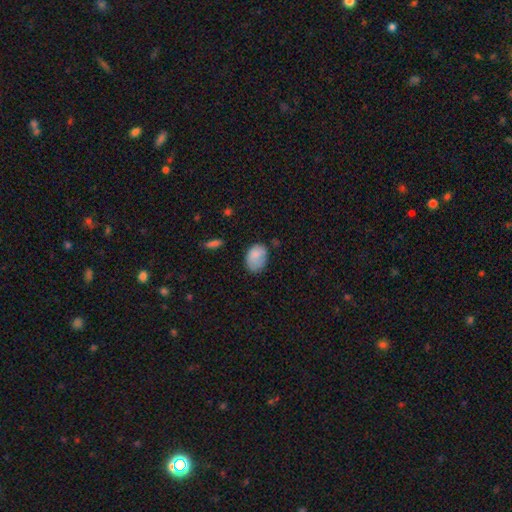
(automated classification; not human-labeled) Morphology: type=smooth (83%); roundness=in between (80%); merging=none (56%).